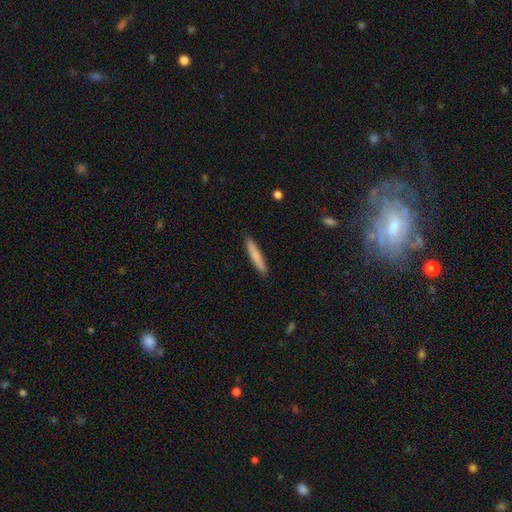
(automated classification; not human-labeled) This appears to be a smooth galaxy with no disk features (79%) that is cigar-shaped (95%). Merging: none (91%).